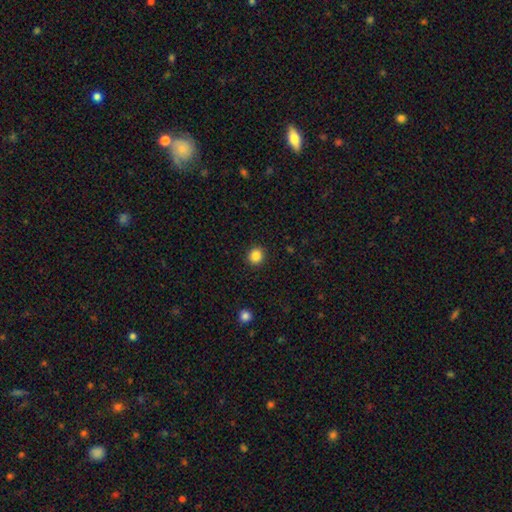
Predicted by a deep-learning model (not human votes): Smooth or featured?
  - smooth: 86% *
  - star or artifact: 11%
  - featured or disk: 3%
How rounded?
  - round: 90% *
  - in between: 9%
  - cigar-shaped: 1%
Merging?
  - none: 92% *
  - minor disturbance: 5%
  - major disturbance: 2%
  - merger: 1%